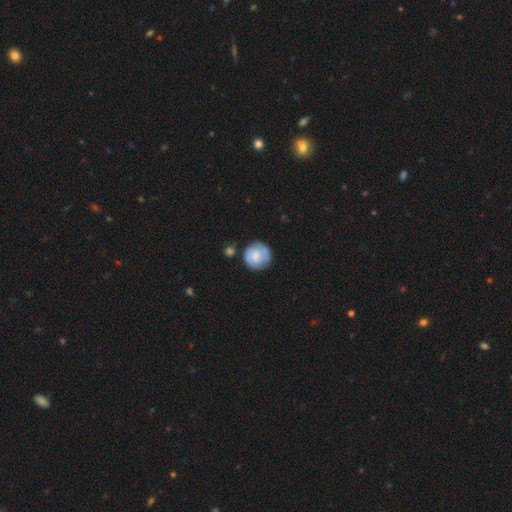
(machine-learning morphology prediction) Q: Smooth or featured?
A: smooth (50%); runner-up: featured or disk (44%)
Q: How rounded?
A: round (92%); runner-up: in between (7%)
Q: Merging?
A: none (73%); runner-up: minor disturbance (16%)